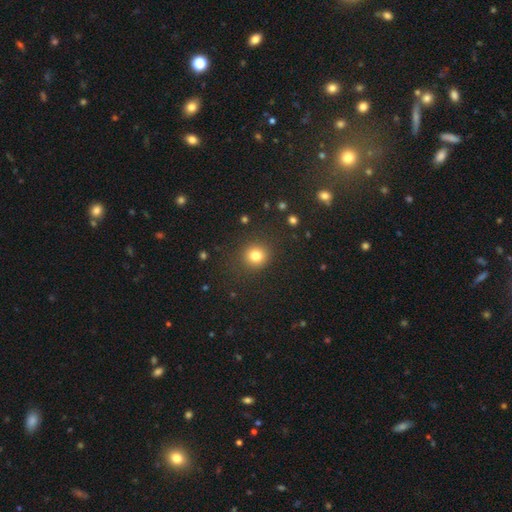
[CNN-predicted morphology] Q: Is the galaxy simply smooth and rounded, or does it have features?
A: smooth — 81%.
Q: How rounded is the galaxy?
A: round — 89%.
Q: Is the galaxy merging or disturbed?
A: none — 88%.